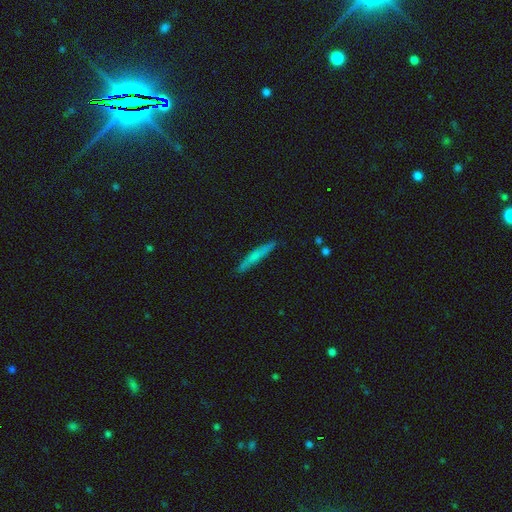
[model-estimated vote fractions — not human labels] This is likely a smooth galaxy (61%). How rounded: clearly cigar-shaped (94%). Merging: clearly none (87%).